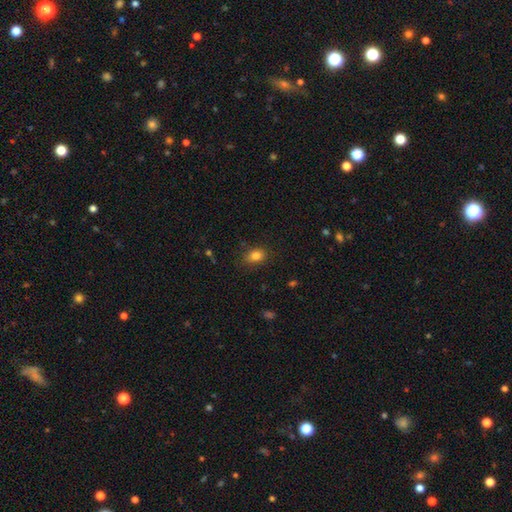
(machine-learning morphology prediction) smooth_or_featured: smooth (p=0.83) [alt: star or artifact p=0.11]
how_rounded: in between (p=0.69) [alt: round p=0.29]
merging: none (p=0.81) [alt: minor disturbance p=0.14]